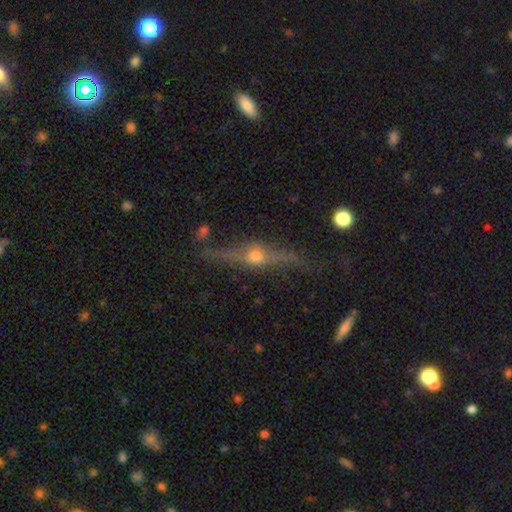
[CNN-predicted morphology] This appears to be a featured or disk galaxy (72%) viewed edge-on (91%) with a rounded central bulge (93%). Merging: none (76%).